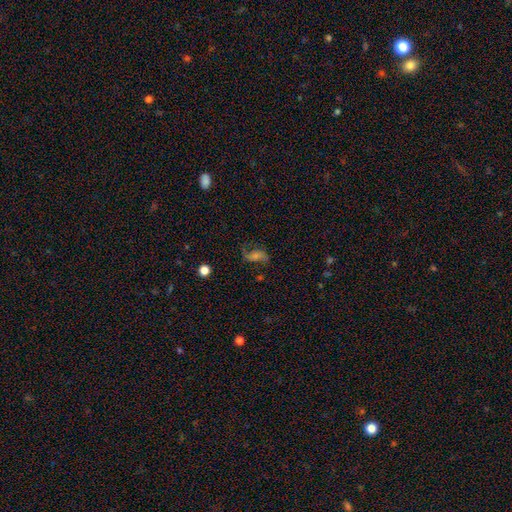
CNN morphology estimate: A featured or disk galaxy (68%) with no bar (49%), 2 (87%) loose (65%) spiral arms (93%) and a small central bulge (44%). Merging: none (70%).